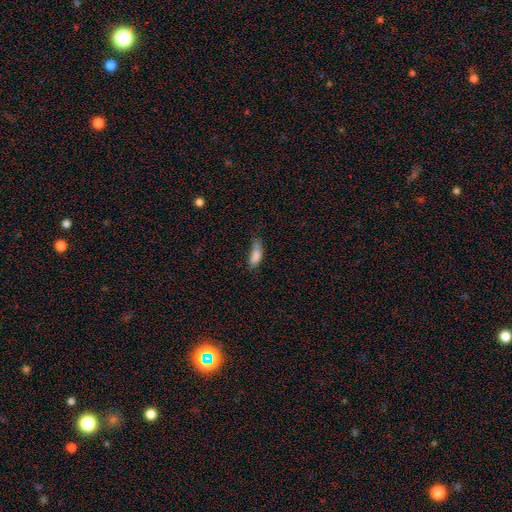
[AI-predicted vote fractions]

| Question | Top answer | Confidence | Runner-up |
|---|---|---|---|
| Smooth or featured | smooth | 82% | featured or disk (10%) |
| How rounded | in between | 71% | cigar-shaped (26%) |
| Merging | none | 40% | minor disturbance (39%) |